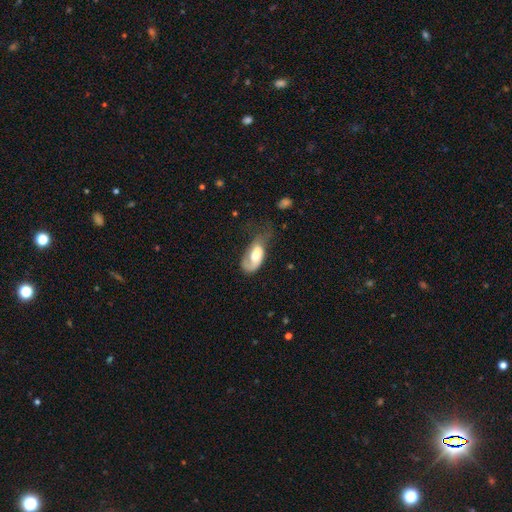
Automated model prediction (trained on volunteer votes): Smooth or featured? featured or disk (48%)
Merging? major disturbance (43%)